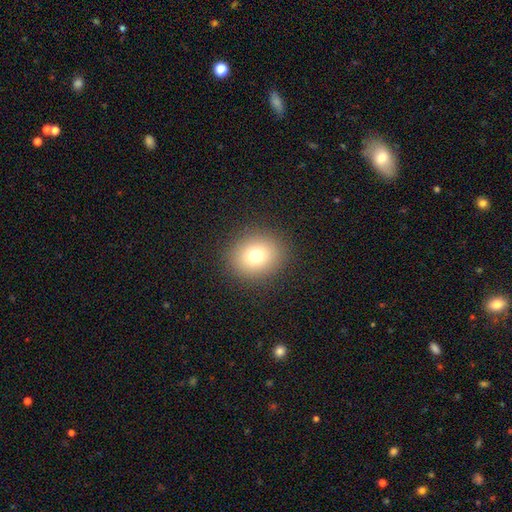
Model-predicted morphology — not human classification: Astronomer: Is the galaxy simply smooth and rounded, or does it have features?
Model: smooth — 77%.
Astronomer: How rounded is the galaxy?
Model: round — 73%.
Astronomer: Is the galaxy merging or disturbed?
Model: none — 90%.